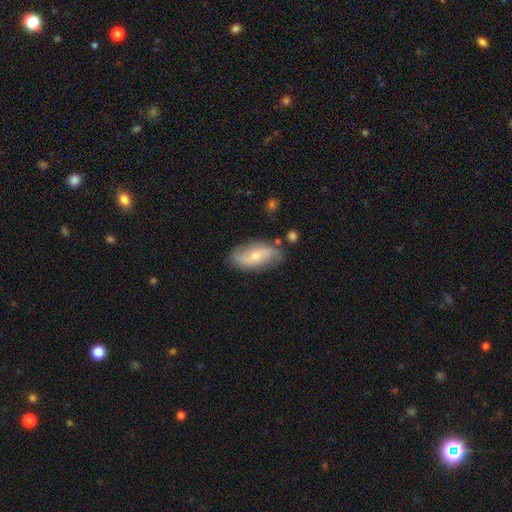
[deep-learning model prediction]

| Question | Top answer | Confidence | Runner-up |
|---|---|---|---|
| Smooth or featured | featured or disk | 64% | smooth (29%) |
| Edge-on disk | no | 92% | yes (8%) |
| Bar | no | 55% | weak (32%) |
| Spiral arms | yes | 86% | no (14%) |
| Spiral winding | loose | 53% | medium (30%) |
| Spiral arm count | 2 | 83% | can't tell (10%) |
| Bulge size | small | 56% | moderate (40%) |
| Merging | none | 76% | minor disturbance (17%) |